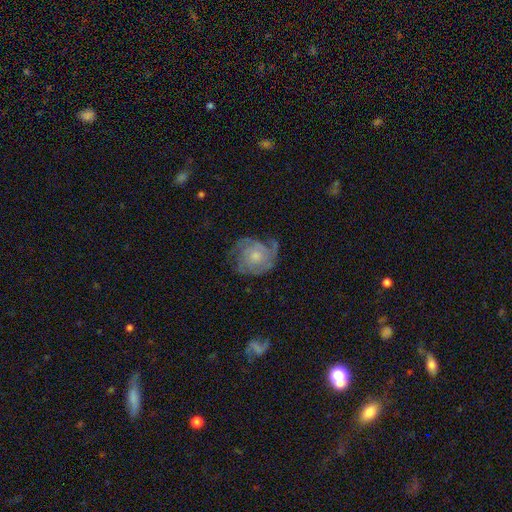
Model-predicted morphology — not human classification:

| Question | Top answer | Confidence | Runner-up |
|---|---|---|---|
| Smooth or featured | featured or disk | 71% | smooth (22%) |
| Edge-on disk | no | 98% | yes (2%) |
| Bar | no | 81% | weak (17%) |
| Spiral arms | yes | 86% | no (14%) |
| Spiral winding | tight | 54% | medium (32%) |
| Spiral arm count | can't tell | 37% | 3 (20%) |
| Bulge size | moderate | 53% | small (34%) |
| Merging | none | 56% | minor disturbance (25%) |